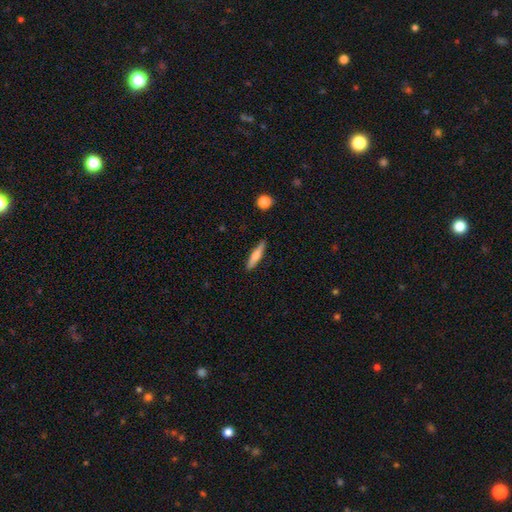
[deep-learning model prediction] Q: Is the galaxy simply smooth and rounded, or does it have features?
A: smooth — 65%.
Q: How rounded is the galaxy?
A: cigar-shaped — 86%.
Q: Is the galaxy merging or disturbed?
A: none — 88%.